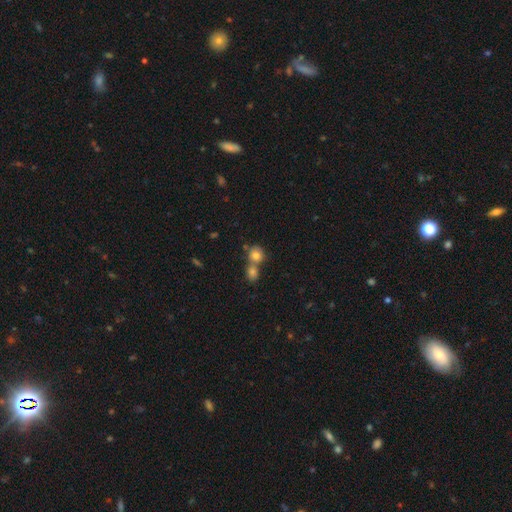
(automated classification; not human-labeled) smooth_or_featured: smooth (p=0.80) [alt: star or artifact p=0.11]
how_rounded: round (p=0.79) [alt: in between p=0.20]
merging: merger (p=0.51) [alt: none p=0.39]